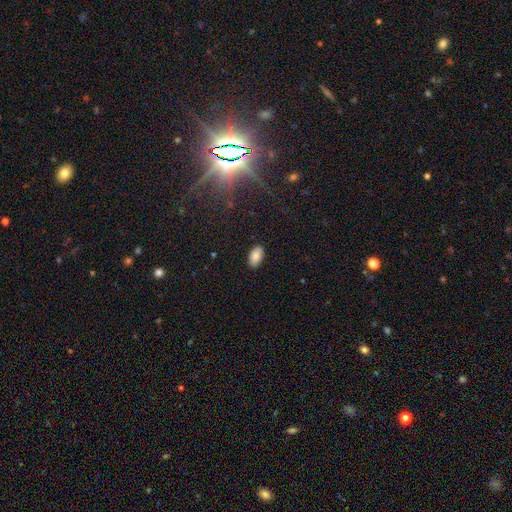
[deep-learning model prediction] smooth-or-featured: smooth: 85% | star or artifact: 8% | featured or disk: 7%
  how-rounded: in between: 95% | round: 4% | cigar-shaped: 2%
  merging: none: 88% | minor disturbance: 9% | major disturbance: 2% | merger: 1%